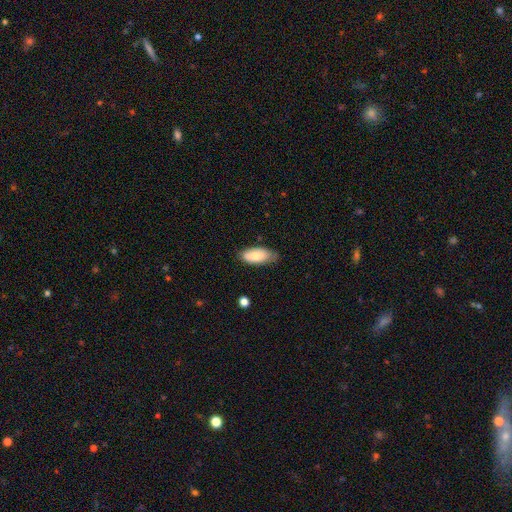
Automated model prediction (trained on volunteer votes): A smooth galaxy with no disk features (75%) that is in between round and cigar-shaped (89%).

Vote fractions:
- Smooth or featured? smooth: 75% / featured or disk: 18% / star or artifact: 7%
- How rounded? in between: 89% / cigar-shaped: 8% / round: 2%
- Merging? none: 67% / minor disturbance: 27% / major disturbance: 4% / merger: 2%